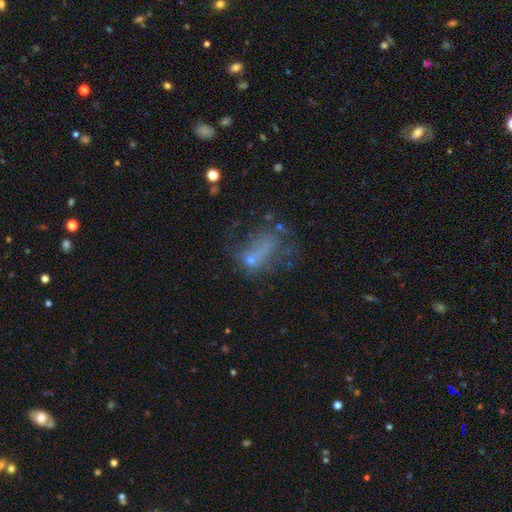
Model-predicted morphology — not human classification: Smooth or featured?
  - smooth: 40% *
  - featured or disk: 37%
  - star or artifact: 23%
Merging?
  - major disturbance: 43% *
  - none: 30%
  - minor disturbance: 19%
  - merger: 8%